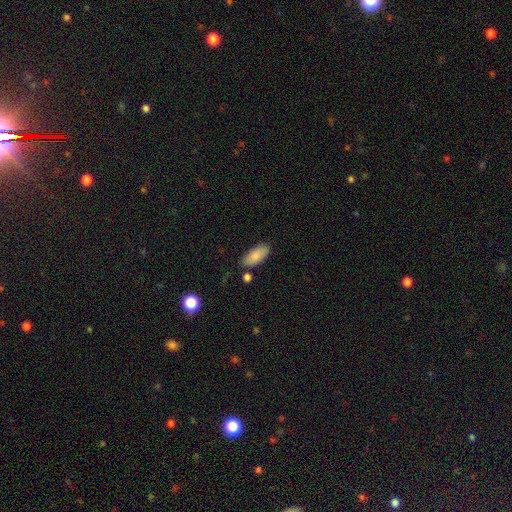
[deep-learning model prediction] Overall: smooth (86%). How rounded: in between (89%). Merging: none (78%).